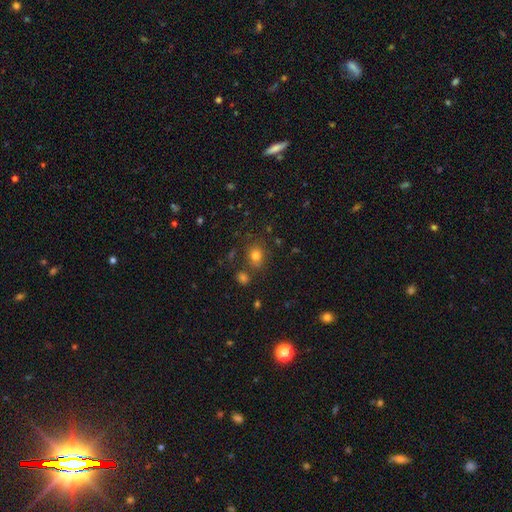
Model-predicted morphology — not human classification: Overall: smooth (77%). How rounded: round (66%; in between 33%). Merging: none (75%).